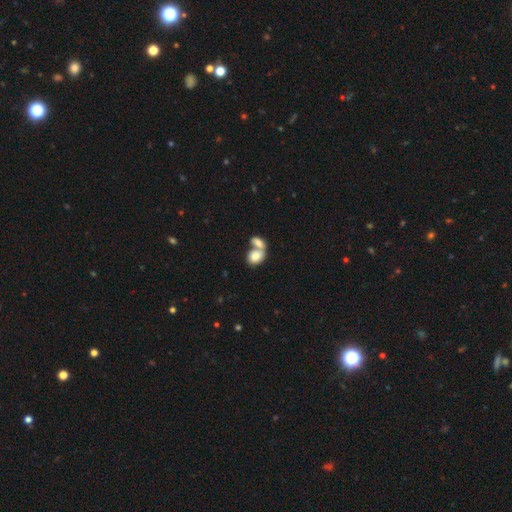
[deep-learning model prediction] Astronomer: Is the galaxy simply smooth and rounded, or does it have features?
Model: smooth — 79%.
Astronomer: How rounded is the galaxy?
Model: in between — 74%.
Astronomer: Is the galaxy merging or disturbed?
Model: merger — 70%.